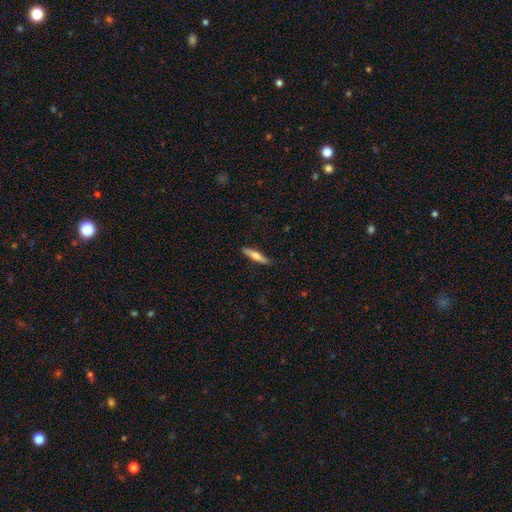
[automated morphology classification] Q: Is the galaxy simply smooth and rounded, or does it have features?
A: smooth — 52%.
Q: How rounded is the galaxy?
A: cigar-shaped — 85%.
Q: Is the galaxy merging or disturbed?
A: none — 88%.